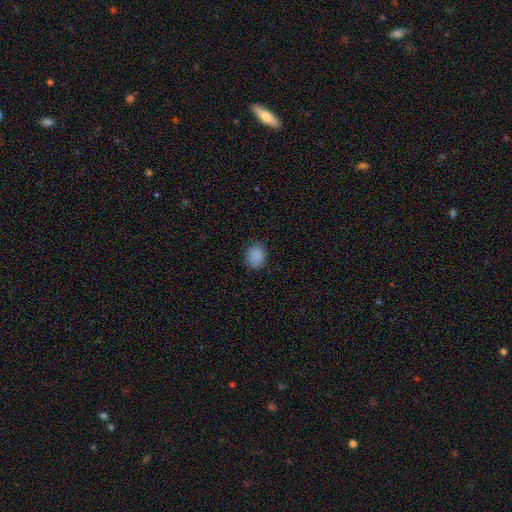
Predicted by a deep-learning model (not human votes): A smooth galaxy with no disk features (86%) that is round (73%). Merging: none (85%).